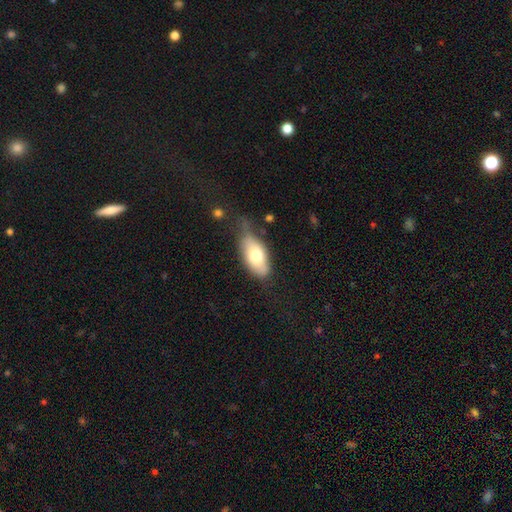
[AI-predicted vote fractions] smooth_or_featured: smooth (p=0.72) [alt: featured or disk p=0.22]
how_rounded: in between (p=0.91) [alt: cigar-shaped p=0.06]
merging: none (p=0.44) [alt: minor disturbance p=0.36]